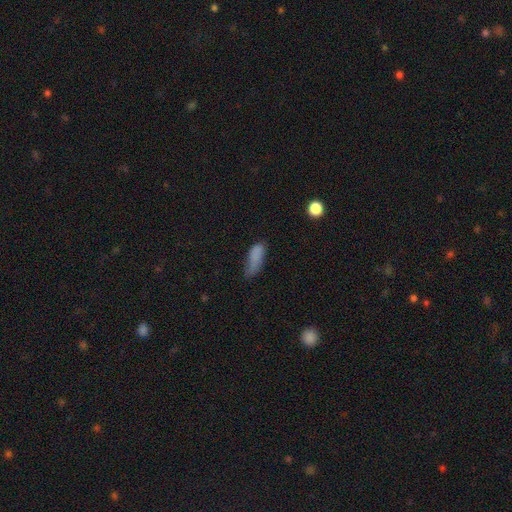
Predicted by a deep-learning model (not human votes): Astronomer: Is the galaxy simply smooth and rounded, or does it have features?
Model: smooth — 81%.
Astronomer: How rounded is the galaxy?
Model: in between — 72%.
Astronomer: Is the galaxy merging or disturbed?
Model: none — 39% (runner-up: minor disturbance, 38%).